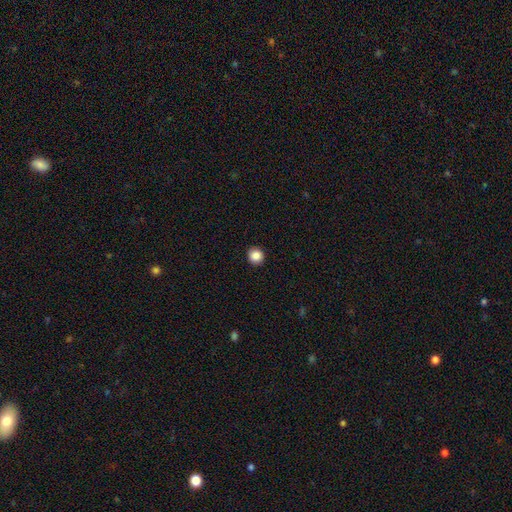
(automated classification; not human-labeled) smooth_or_featured: smooth (p=0.87) [alt: star or artifact p=0.10]
how_rounded: round (p=0.92) [alt: in between p=0.07]
merging: none (p=0.92) [alt: minor disturbance p=0.05]